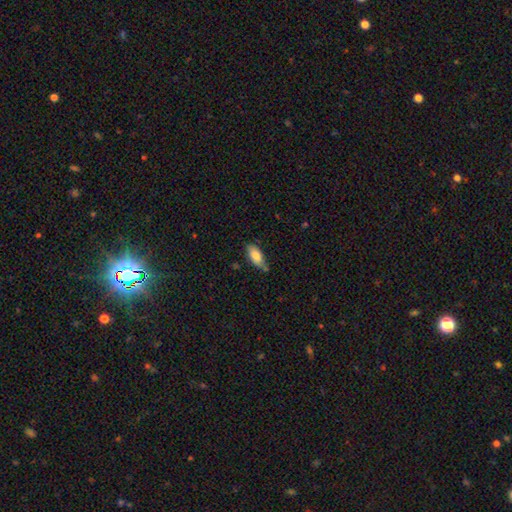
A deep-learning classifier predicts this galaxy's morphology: smooth 79%, featured or disk 14%, star or artifact 7%. Down the decision tree: how rounded — in between (85%); merging — none (58%).